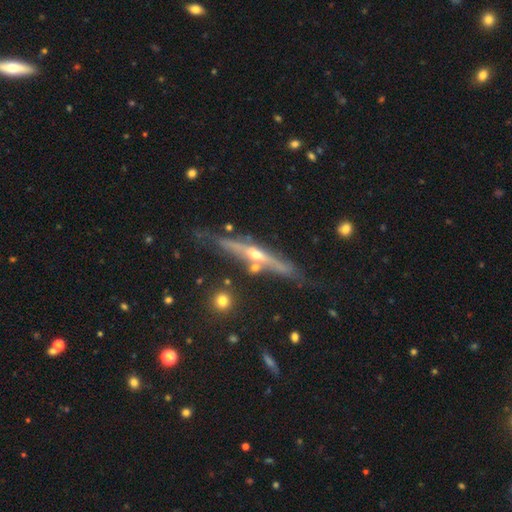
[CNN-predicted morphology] Smooth or featured? Predicted: featured or disk (p=0.77). Edge-on disk? Predicted: yes (p=0.89). Edge-on bulge? Predicted: rounded (p=0.81). Merging? Predicted: none (p=0.66).